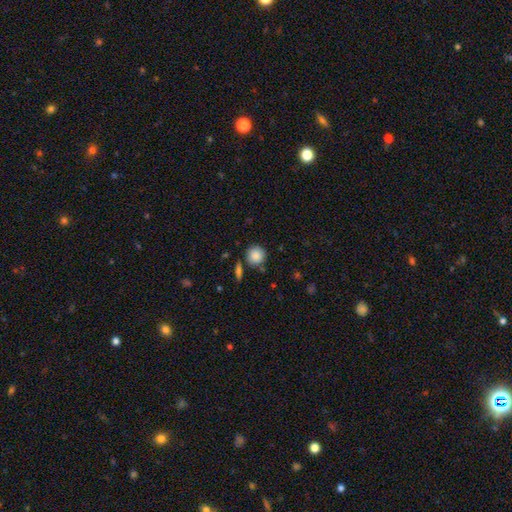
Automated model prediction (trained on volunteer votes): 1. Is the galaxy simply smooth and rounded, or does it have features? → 87% smooth, 8% star or artifact, 5% featured or disk.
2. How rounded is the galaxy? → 92% round, 7% in between, 1% cigar-shaped.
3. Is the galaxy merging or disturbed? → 78% none, 11% minor disturbance, 7% merger, 3% major disturbance.